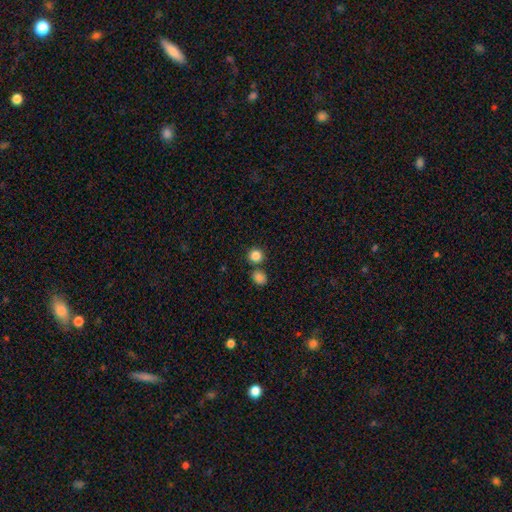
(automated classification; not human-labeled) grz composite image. It shows a smooth galaxy with no disk features (85%) that is round (90%). Merging: none (72%).